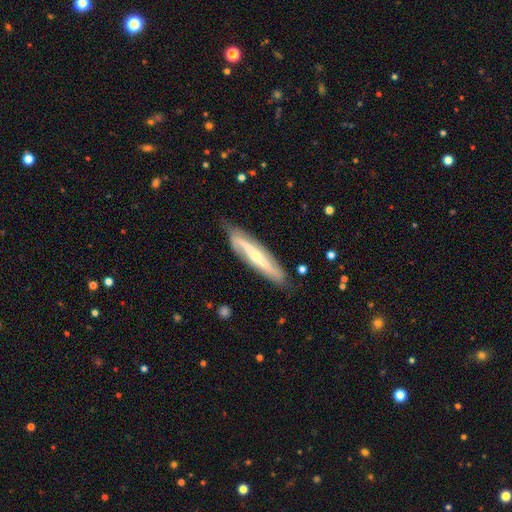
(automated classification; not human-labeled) Smooth or featured?
  - featured or disk: 78% *
  - smooth: 17%
  - star or artifact: 5%
Edge-on disk?
  - no: 63% *
  - yes: 37%
Merging?
  - none: 78% *
  - minor disturbance: 17%
  - major disturbance: 4%
  - merger: 2%